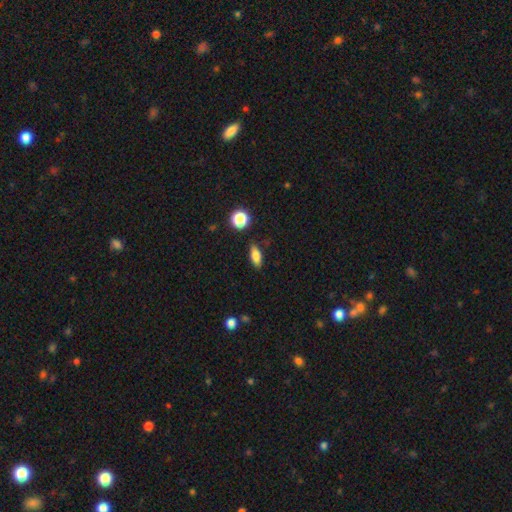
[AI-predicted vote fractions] Q: Smooth or featured?
A: smooth (80%); runner-up: featured or disk (10%)
Q: How rounded?
A: in between (76%); runner-up: cigar-shaped (17%)
Q: Merging?
A: none (85%); runner-up: minor disturbance (11%)